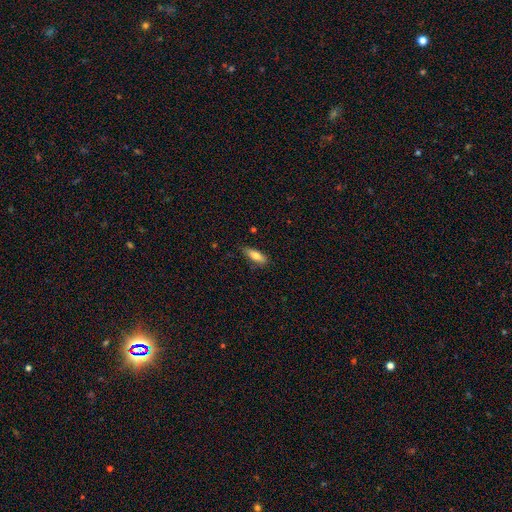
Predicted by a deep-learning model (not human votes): Smooth or featured: smooth — 77% (featured or disk — 17%)
How rounded: in between — 62% (cigar-shaped — 36%)
Merging: none — 82% (minor disturbance — 15%)